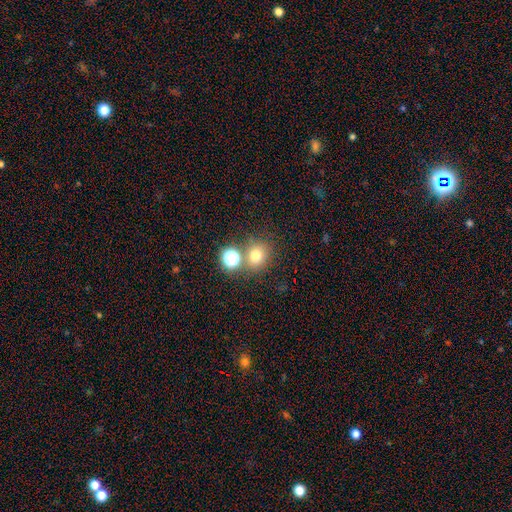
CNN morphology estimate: Q: Smooth or featured?
A: smooth (72%); runner-up: star or artifact (20%)
Q: How rounded?
A: round (78%); runner-up: in between (21%)
Q: Merging?
A: none (70%); runner-up: merger (18%)